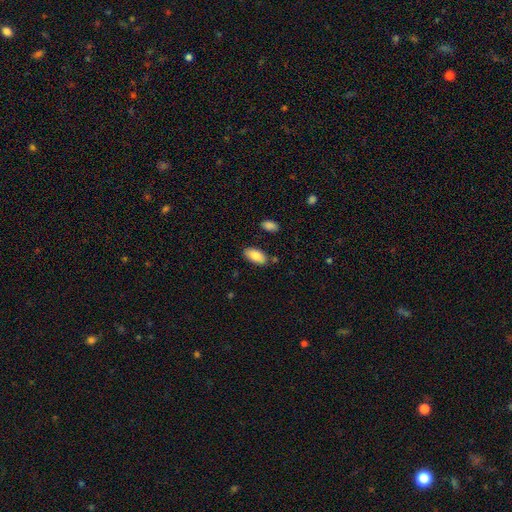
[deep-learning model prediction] Smooth or featured? Predicted: smooth (p=0.84). How rounded? Predicted: in between (p=0.93). Merging? Predicted: none (p=0.82).